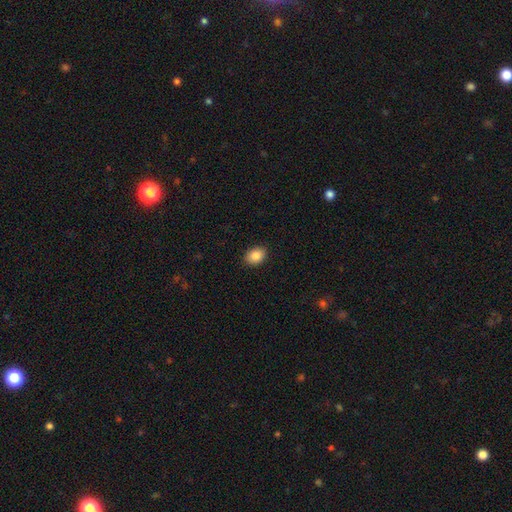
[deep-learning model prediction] A smooth galaxy with no disk features (87%) that is in between round and cigar-shaped (75%).

Vote fractions:
- Smooth or featured? smooth: 87% / star or artifact: 8% / featured or disk: 5%
- How rounded? in between: 75% / round: 24% / cigar-shaped: 1%
- Merging? none: 89% / minor disturbance: 8% / major disturbance: 2% / merger: 1%